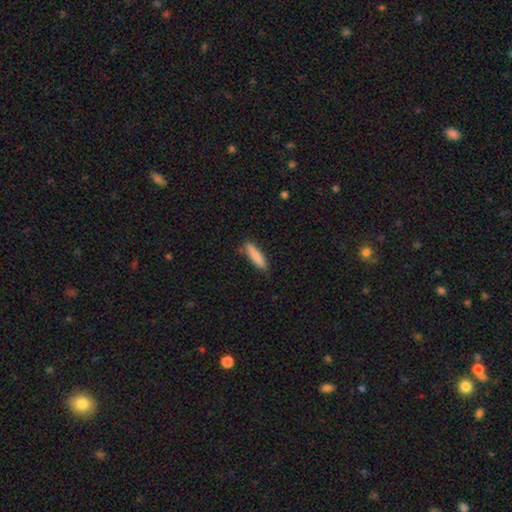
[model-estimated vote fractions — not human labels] Smooth or featured: smooth — 86% (featured or disk — 8%)
How rounded: cigar-shaped — 76% (in between — 22%)
Merging: none — 81% (minor disturbance — 15%)